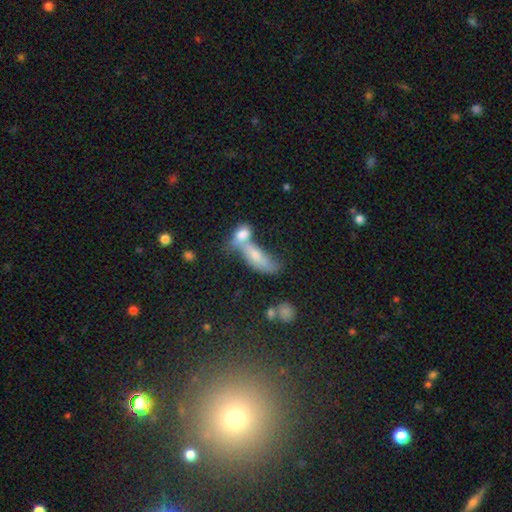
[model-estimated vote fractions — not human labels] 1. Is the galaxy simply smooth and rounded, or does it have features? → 63% smooth, 28% featured or disk, 10% star or artifact.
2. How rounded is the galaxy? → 67% in between, 29% cigar-shaped, 5% round.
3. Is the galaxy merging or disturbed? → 61% merger, 19% none, 11% minor disturbance, 9% major disturbance.